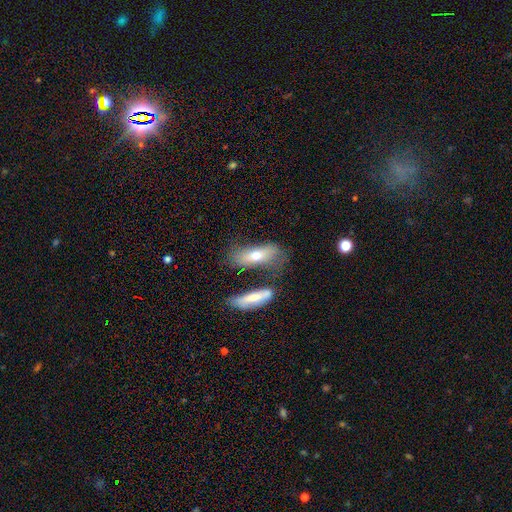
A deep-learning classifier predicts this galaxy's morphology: This appears to be a smooth galaxy with no disk features (62%) that is in between round and cigar-shaped (59%). Merging: none (52%).